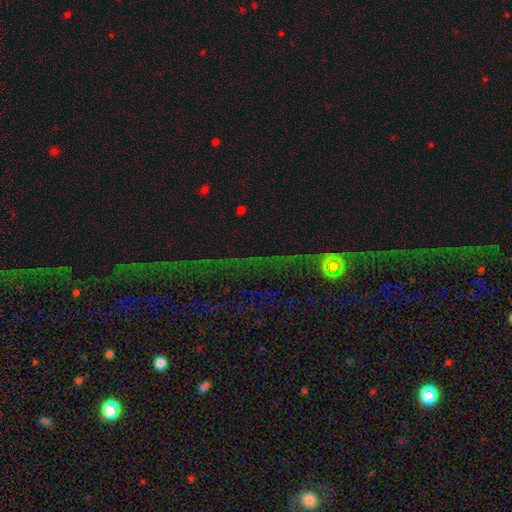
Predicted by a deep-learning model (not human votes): Smooth or featured? star or artifact (77%)